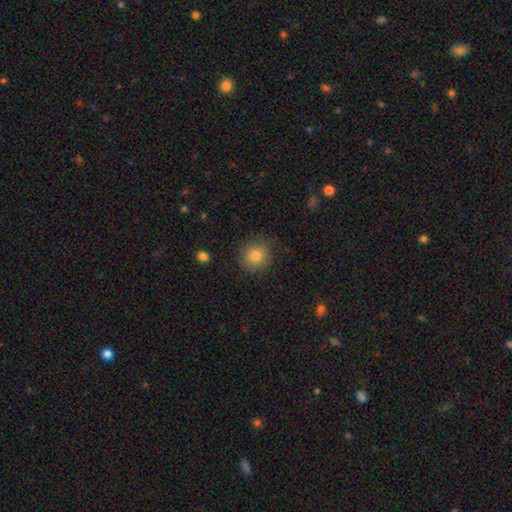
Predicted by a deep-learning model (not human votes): smooth_or_featured: smooth (p=0.81) [alt: star or artifact p=0.11]
how_rounded: round (p=0.87) [alt: in between p=0.13]
merging: none (p=0.83) [alt: minor disturbance p=0.12]